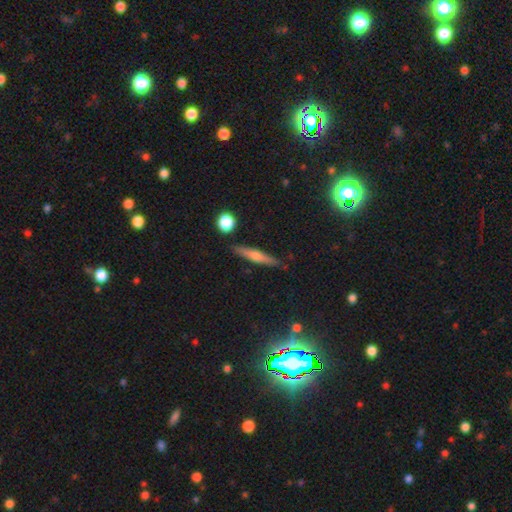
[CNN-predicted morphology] Smooth or featured? Predicted: featured or disk (p=0.55). Edge-on disk? Predicted: yes (p=0.95). Edge-on bulge? Predicted: rounded (p=0.83). Merging? Predicted: none (p=0.88).